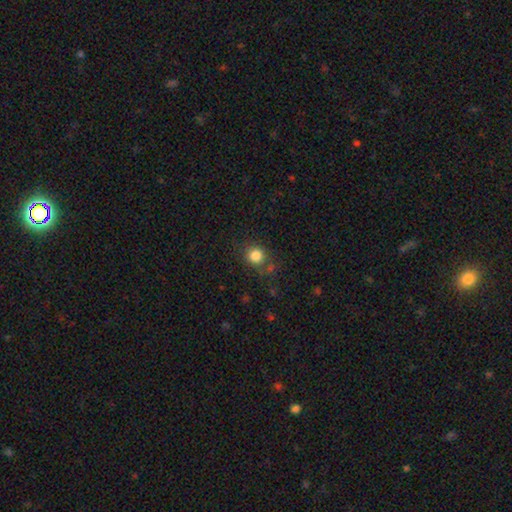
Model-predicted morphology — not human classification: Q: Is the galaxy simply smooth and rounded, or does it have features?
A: smooth — 83%.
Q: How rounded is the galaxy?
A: round — 87%.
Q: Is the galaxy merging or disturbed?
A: none — 76%.